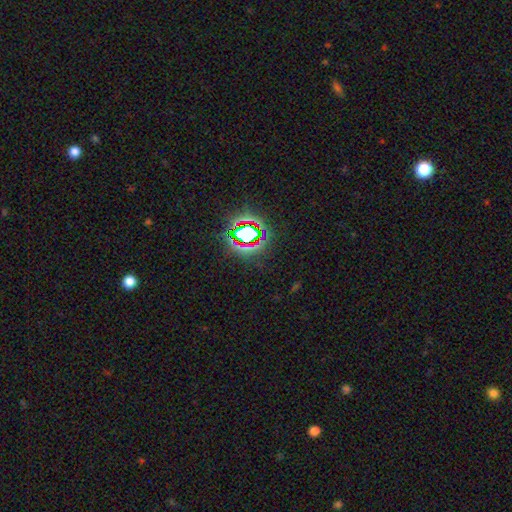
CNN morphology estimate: type=star or artifact (79%).